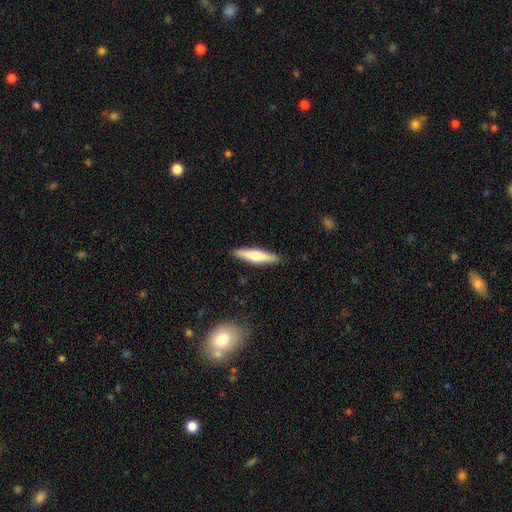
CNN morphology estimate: smooth 55%, featured or disk 40%, star or artifact 5%. Down the decision tree: how rounded — cigar-shaped (81%); merging — none (90%).